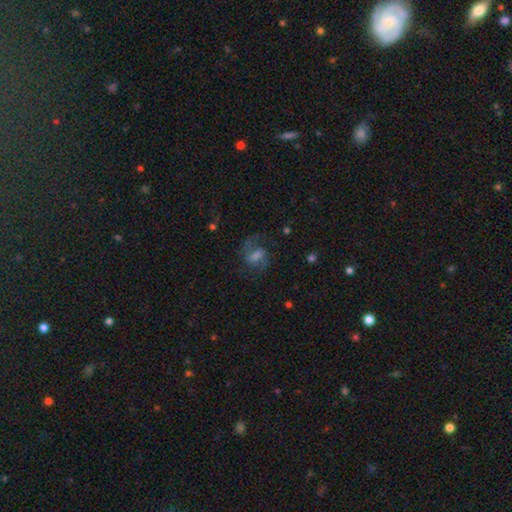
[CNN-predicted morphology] Smooth or featured? Predicted: featured or disk (p=0.66). Edge-on disk? Predicted: no (p=0.96). Bar? Predicted: weak (p=0.49). Spiral arms? Predicted: yes (p=0.91). Spiral winding? Predicted: medium (p=0.52). Spiral arm count? Predicted: 2 (p=0.81). Bulge size? Predicted: moderate (p=0.36). Merging? Predicted: none (p=0.66).